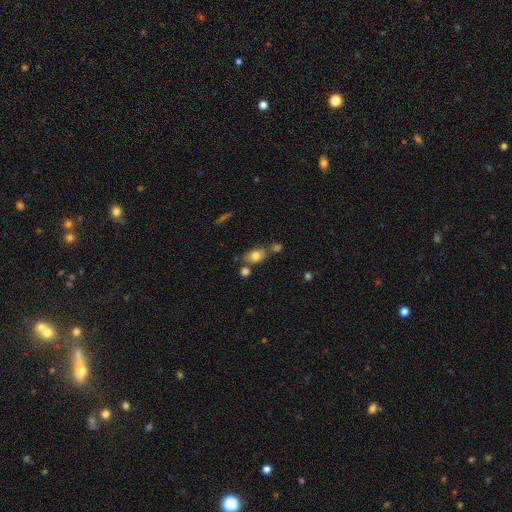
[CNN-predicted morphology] Smooth or featured? Predicted: smooth (p=0.78). How rounded? Predicted: in between (p=0.76). Merging? Predicted: none (p=0.59).